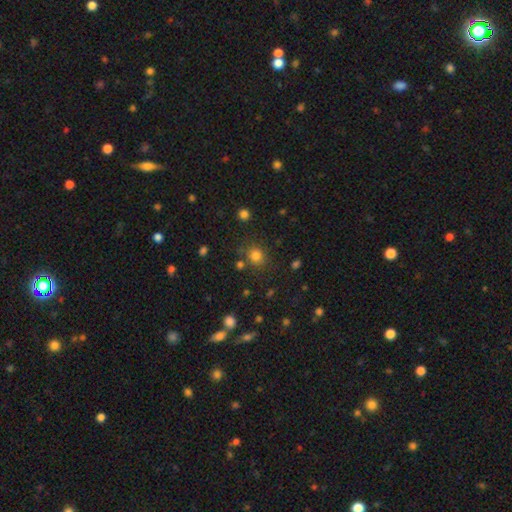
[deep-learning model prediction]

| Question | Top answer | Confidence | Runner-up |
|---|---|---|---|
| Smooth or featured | smooth | 79% | star or artifact (15%) |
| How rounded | round | 83% | in between (16%) |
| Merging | none | 78% | minor disturbance (11%) |